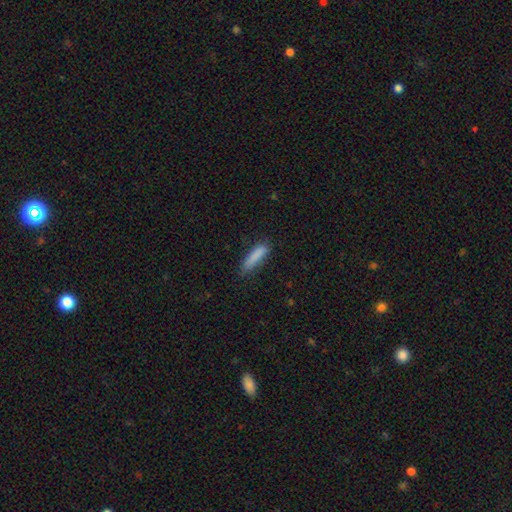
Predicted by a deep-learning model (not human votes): Smooth or featured: smooth — 85% (featured or disk — 8%)
How rounded: cigar-shaped — 78% (in between — 20%)
Merging: none — 75% (minor disturbance — 20%)